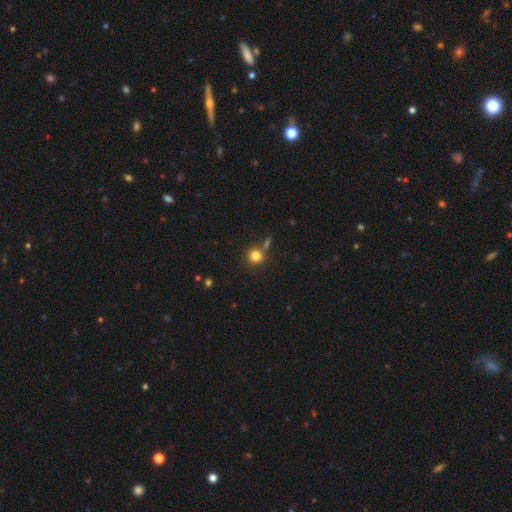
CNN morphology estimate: A smooth galaxy with no disk features (81%) that is round (91%).

Vote fractions:
- Smooth or featured? smooth: 81% / star or artifact: 12% / featured or disk: 7%
- How rounded? round: 91% / in between: 8% / cigar-shaped: 1%
- Merging? none: 70% / merger: 15% / minor disturbance: 11% / major disturbance: 4%